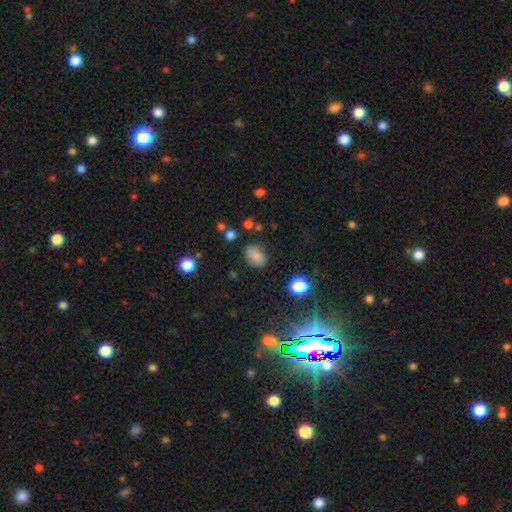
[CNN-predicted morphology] Smooth or featured? smooth (79%)
How rounded? in between (83%)
Merging? none (77%)